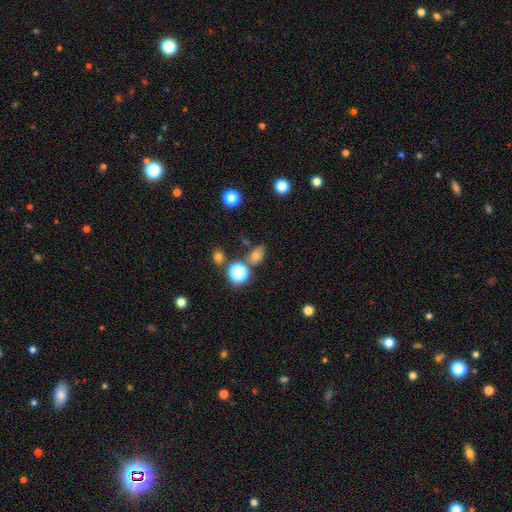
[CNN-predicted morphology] smooth-or-featured: smooth: 56% | star or artifact: 31% | featured or disk: 13%
  how-rounded: in between: 53% | round: 44% | cigar-shaped: 3%
  merging: none: 69% | minor disturbance: 14% | merger: 11% | major disturbance: 6%